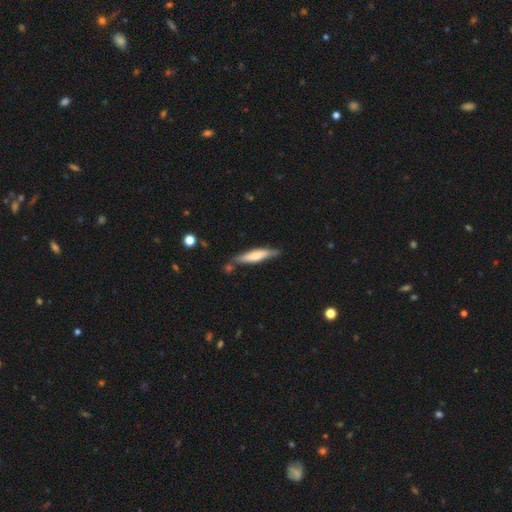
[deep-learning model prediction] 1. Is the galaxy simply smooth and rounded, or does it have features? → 56% smooth, 38% featured or disk, 5% star or artifact.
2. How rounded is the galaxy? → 81% cigar-shaped, 17% in between, 1% round.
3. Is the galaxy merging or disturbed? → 72% none, 18% minor disturbance, 6% merger, 4% major disturbance.